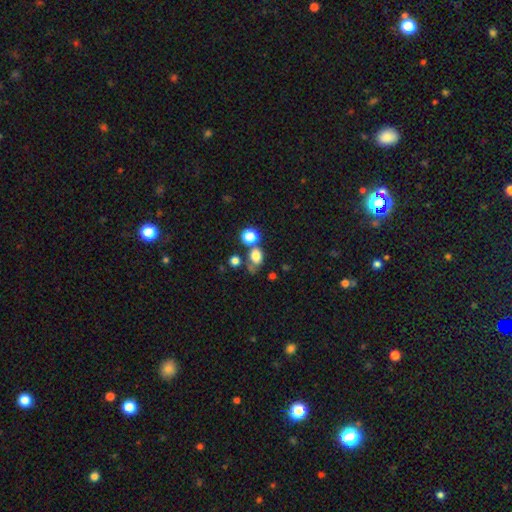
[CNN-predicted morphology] Smooth or featured?
  - smooth: 76% *
  - star or artifact: 14%
  - featured or disk: 10%
How rounded?
  - round: 50% *
  - in between: 49%
  - cigar-shaped: 2%
Merging?
  - none: 48% *
  - merger: 27%
  - minor disturbance: 16%
  - major disturbance: 9%